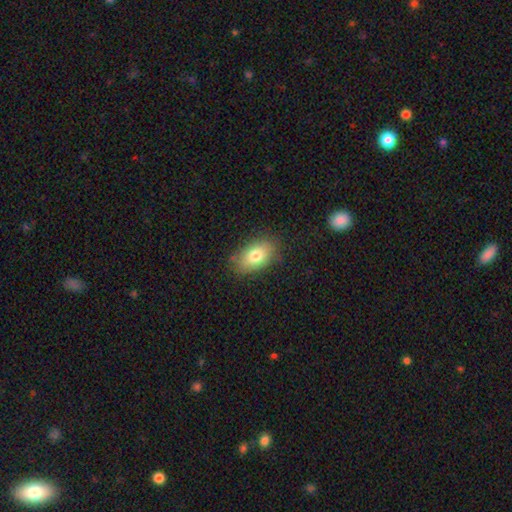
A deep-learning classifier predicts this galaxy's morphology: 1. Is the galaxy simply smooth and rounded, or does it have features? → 78% smooth, 14% featured or disk, 9% star or artifact.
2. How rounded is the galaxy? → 89% in between, 8% round, 2% cigar-shaped.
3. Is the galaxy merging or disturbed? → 82% none, 13% minor disturbance, 3% major disturbance, 1% merger.